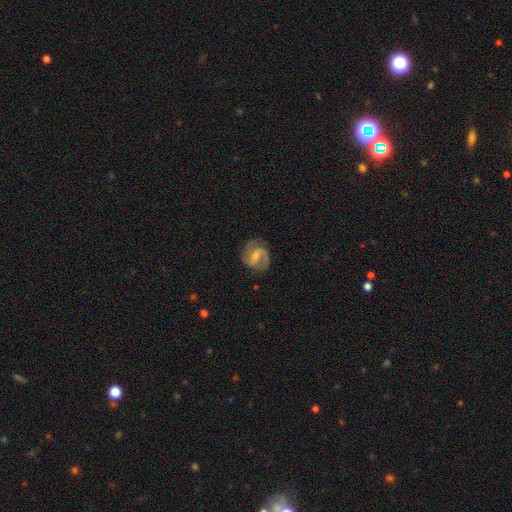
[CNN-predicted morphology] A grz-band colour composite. It shows a featured or disk galaxy (79%) with a weak bar (51%), 2 (83%) medium (50%) spiral arms (94%) and a moderate central bulge (46%). Merging: none (77%).